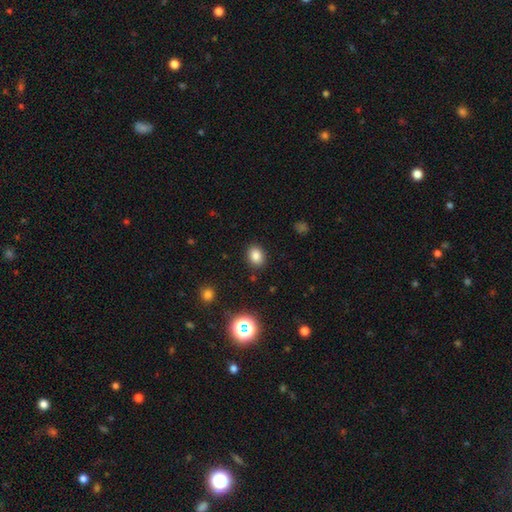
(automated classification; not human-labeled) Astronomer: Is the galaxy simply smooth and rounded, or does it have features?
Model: smooth — 83%.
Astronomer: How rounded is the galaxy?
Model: in between — 58% (runner-up: round, 42%).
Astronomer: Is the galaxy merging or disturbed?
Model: none — 88%.